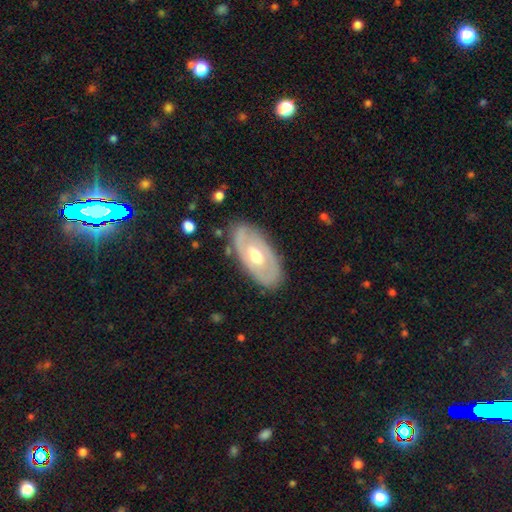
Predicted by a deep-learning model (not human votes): Smooth or featured?
  - featured or disk: 62% *
  - smooth: 34%
  - star or artifact: 5%
Edge-on disk?
  - no: 88% *
  - yes: 12%
Bar?
  - no: 71% *
  - weak: 23%
  - strong: 6%
Spiral arms?
  - no: 66% *
  - yes: 34%
Bulge size?
  - moderate: 71% *
  - large: 15%
  - small: 11%
  - dominant: 1%
  - none: 1%
Merging?
  - none: 82% *
  - minor disturbance: 13%
  - major disturbance: 4%
  - merger: 1%